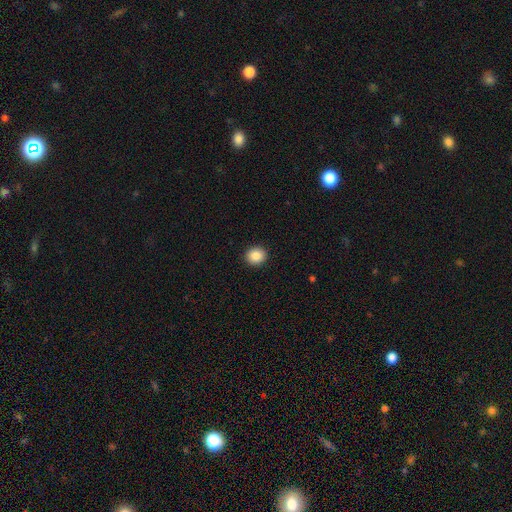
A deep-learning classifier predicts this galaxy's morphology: smooth_or_featured: smooth (p=0.87) [alt: star or artifact p=0.09]
how_rounded: round (p=0.83) [alt: in between p=0.16]
merging: none (p=0.92) [alt: minor disturbance p=0.05]